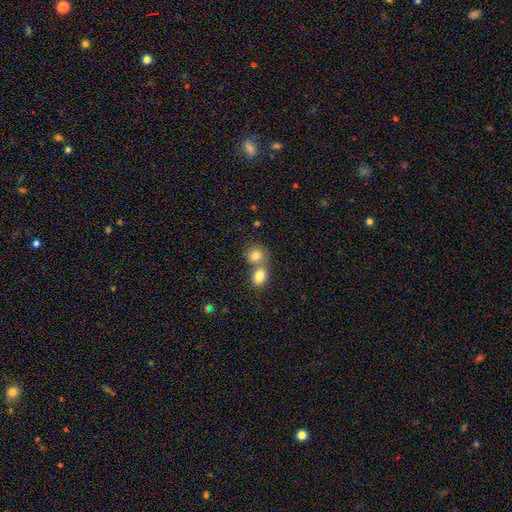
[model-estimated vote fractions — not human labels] A smooth galaxy with no disk features (81%) that is round (73%). Merging: merger (51%).